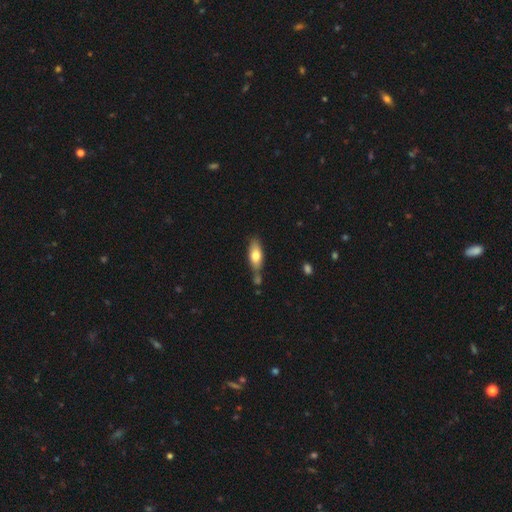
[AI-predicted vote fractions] Smooth or featured: smooth — 71% (featured or disk — 22%)
How rounded: in between — 70% (cigar-shaped — 27%)
Merging: none — 59% (minor disturbance — 19%)